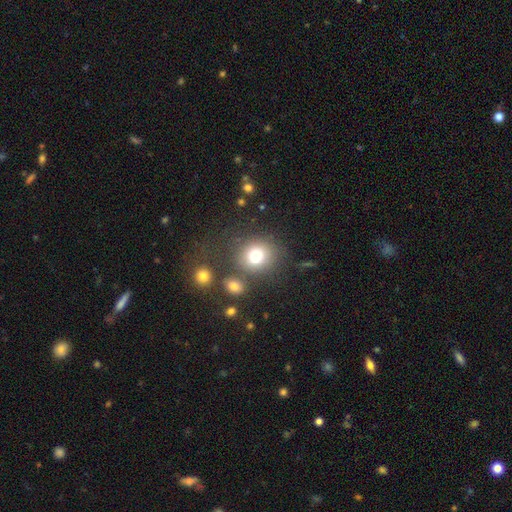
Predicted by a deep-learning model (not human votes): smooth_or_featured: smooth (p=0.76) [alt: star or artifact p=0.13]
how_rounded: round (p=0.83) [alt: in between p=0.16]
merging: none (p=0.74) [alt: minor disturbance p=0.11]